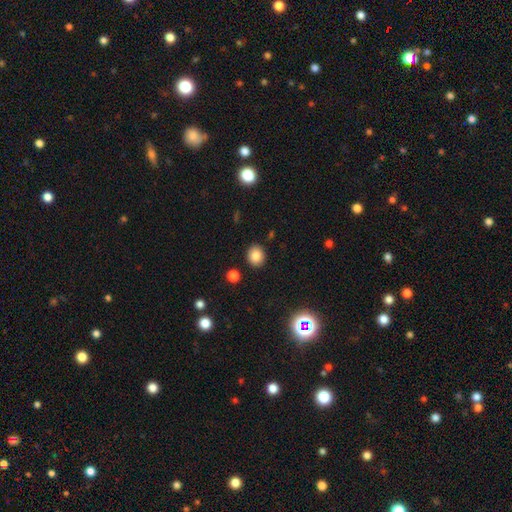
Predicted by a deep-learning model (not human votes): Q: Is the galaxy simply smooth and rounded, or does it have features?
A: smooth — 84%.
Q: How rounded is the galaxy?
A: round — 71%.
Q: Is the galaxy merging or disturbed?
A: none — 89%.